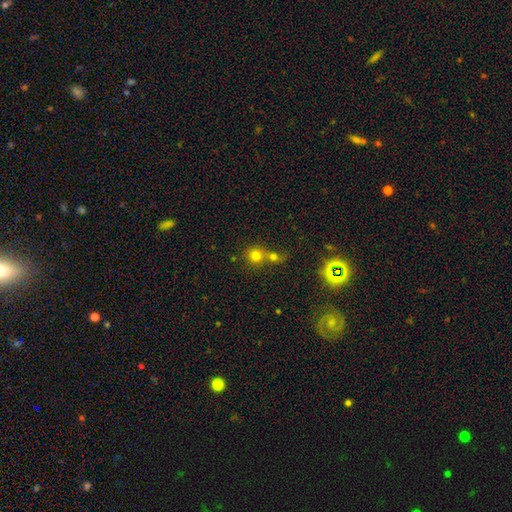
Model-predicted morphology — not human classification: smooth 73%, star or artifact 17%, featured or disk 10%. Down the decision tree: how rounded — round (88%); merging — merger (46%).